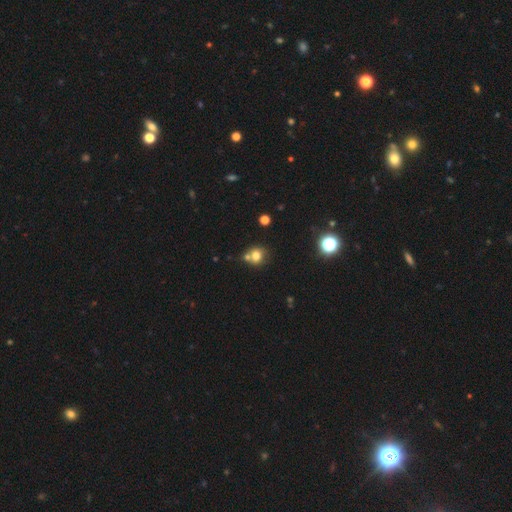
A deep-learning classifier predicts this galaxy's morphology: Smooth or featured?
  - smooth: 75% *
  - star or artifact: 14%
  - featured or disk: 11%
How rounded?
  - round: 79% *
  - in between: 20%
  - cigar-shaped: 1%
Merging?
  - none: 54% *
  - merger: 32%
  - minor disturbance: 11%
  - major disturbance: 4%